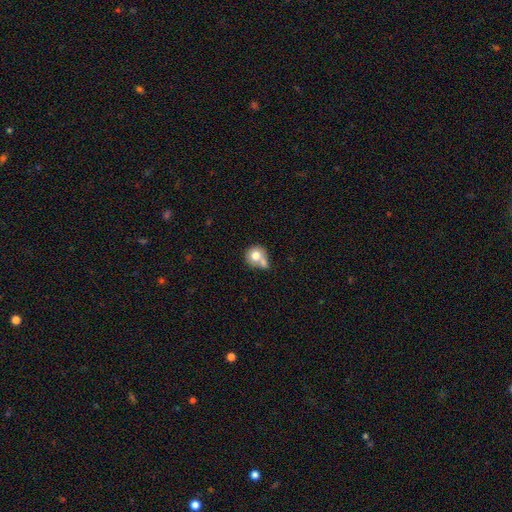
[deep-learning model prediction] Morphology: type=smooth (73%); roundness=round (82%); merging=merger (45%).